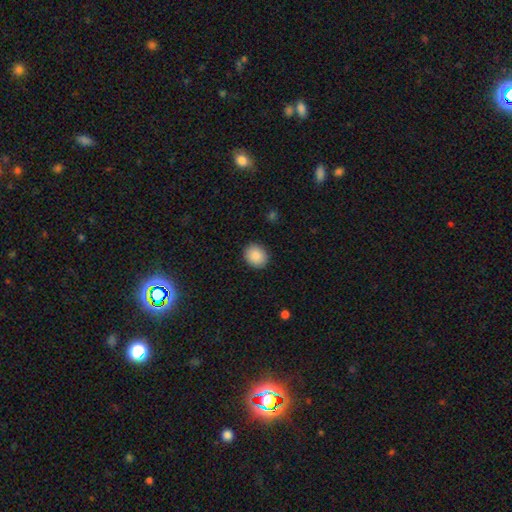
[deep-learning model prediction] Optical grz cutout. It shows a smooth galaxy with no disk features (89%) that is round (63%). Merging: none (90%).